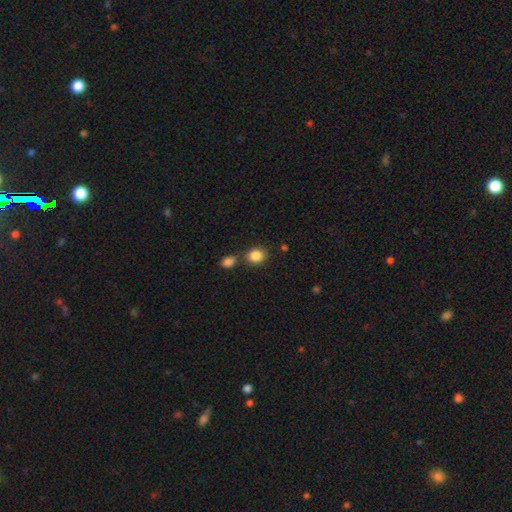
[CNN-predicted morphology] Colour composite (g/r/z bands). It shows a smooth galaxy with no disk features (86%) that is round (63%). Merging: none (71%).